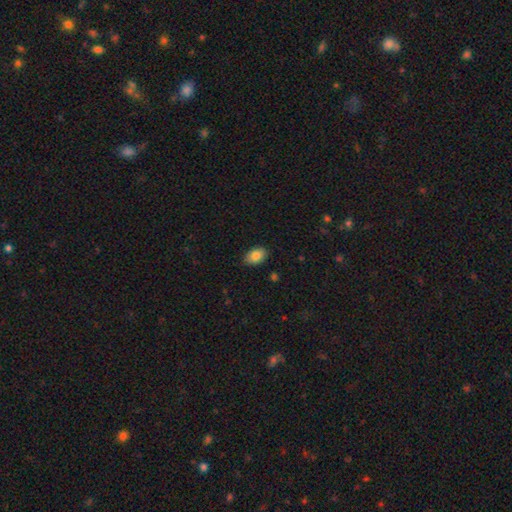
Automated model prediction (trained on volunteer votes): smooth-or-featured: smooth: 85% | star or artifact: 8% | featured or disk: 8%
  how-rounded: in between: 89% | round: 10% | cigar-shaped: 1%
  merging: none: 86% | minor disturbance: 11% | major disturbance: 2% | merger: 1%